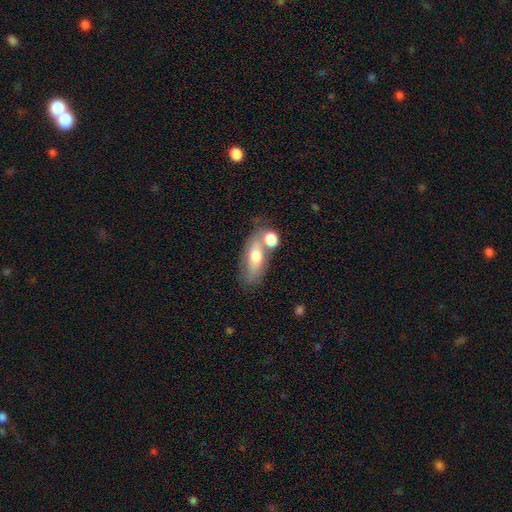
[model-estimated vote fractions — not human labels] Smooth or featured: smooth — 64% (featured or disk — 28%)
How rounded: in between — 77% (cigar-shaped — 15%)
Merging: none — 53% (merger — 26%)